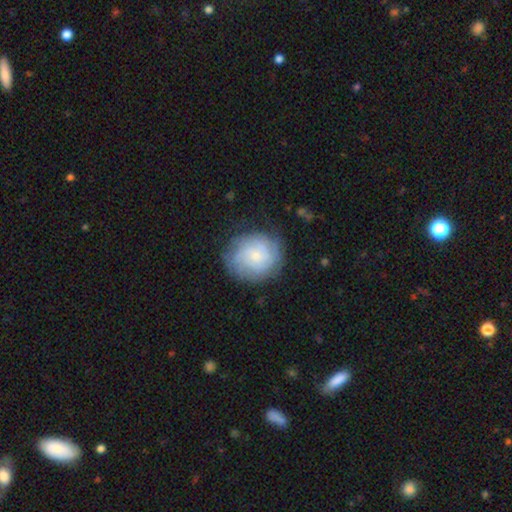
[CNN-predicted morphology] Smooth or featured?
  - featured or disk: 56% *
  - smooth: 36%
  - star or artifact: 8%
Edge-on disk?
  - no: 98% *
  - yes: 2%
Bar?
  - no: 75% *
  - weak: 22%
  - strong: 3%
Spiral arms?
  - yes: 87% *
  - no: 13%
Bulge size?
  - small: 70% *
  - moderate: 23%
  - none: 4%
  - large: 2%
  - dominant: 1%
Merging?
  - none: 77% *
  - minor disturbance: 16%
  - major disturbance: 6%
  - merger: 1%